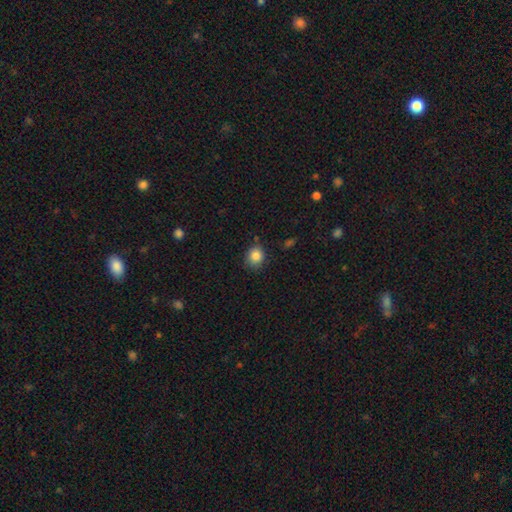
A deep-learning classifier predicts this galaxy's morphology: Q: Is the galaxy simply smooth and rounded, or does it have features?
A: smooth — 85%.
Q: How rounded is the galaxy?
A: round — 75%.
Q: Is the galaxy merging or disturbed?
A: none — 79%.